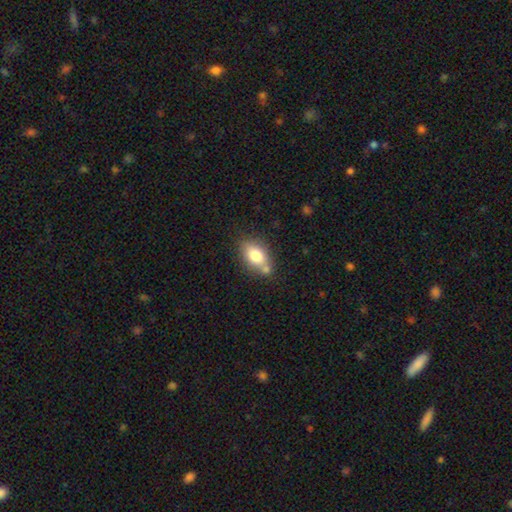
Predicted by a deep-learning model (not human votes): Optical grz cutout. It shows a smooth galaxy with no disk features (78%) that is in between round and cigar-shaped (84%). Merging: none (60%).